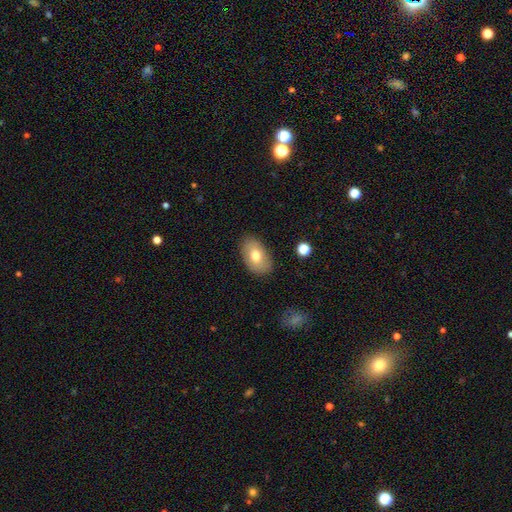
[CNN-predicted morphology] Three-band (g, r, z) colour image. It shows a smooth galaxy with no disk features (73%) that is in between round and cigar-shaped (90%). Merging: none (85%).